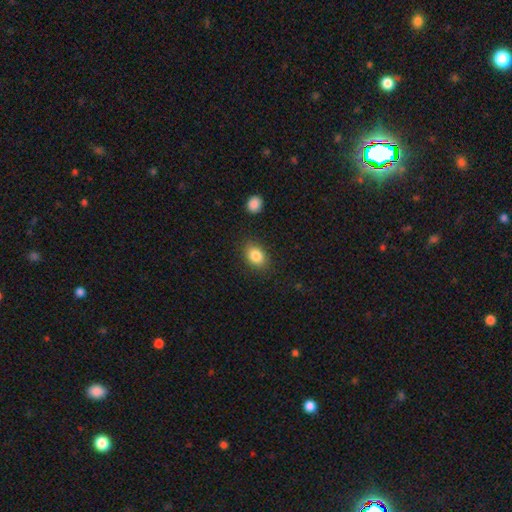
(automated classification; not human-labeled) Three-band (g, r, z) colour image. It shows a smooth galaxy with no disk features (85%) that is in between round and cigar-shaped (74%). Merging: none (85%).